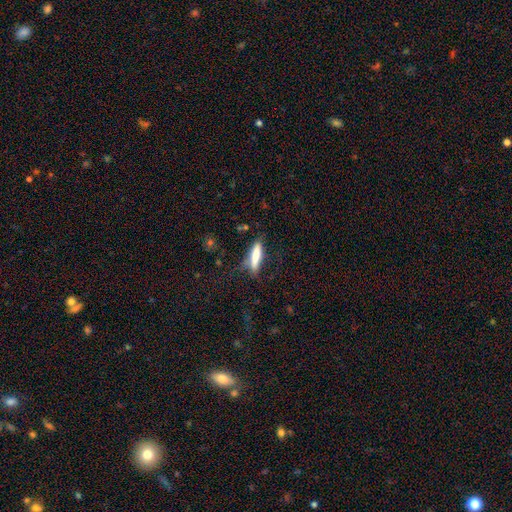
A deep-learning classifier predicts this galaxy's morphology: Overall: smooth (72%). How rounded: cigar-shaped (79%). Merging: none (67%).